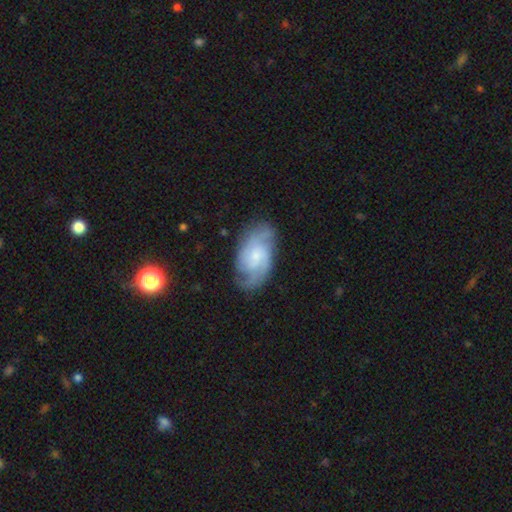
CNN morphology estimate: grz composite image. It shows a featured or disk galaxy (78%) with no bar (61%), 2 (46%) medium (46%) spiral arms (95%) and a small central bulge (57%). Merging: none (73%).